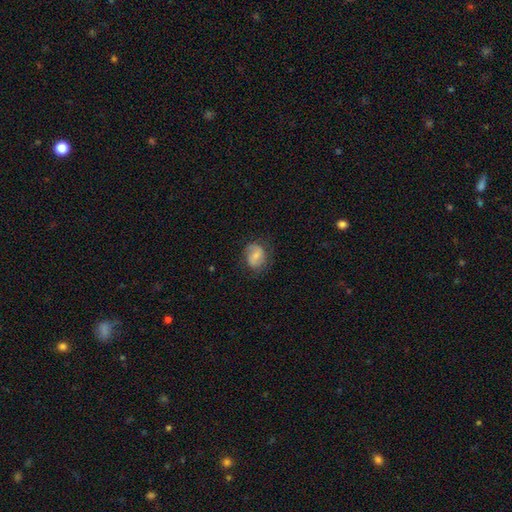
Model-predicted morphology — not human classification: Smooth or featured?
  - featured or disk: 47% *
  - smooth: 45%
  - star or artifact: 8%
Merging?
  - none: 69% *
  - minor disturbance: 21%
  - major disturbance: 9%
  - merger: 1%